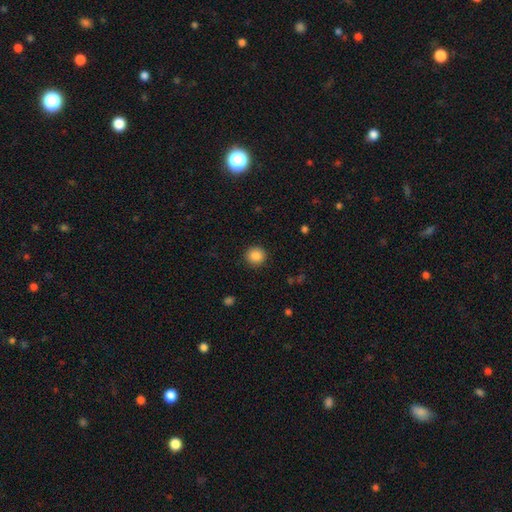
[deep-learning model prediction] This appears to be a smooth galaxy with no disk features (87%) that is round (93%). Merging: none (91%).